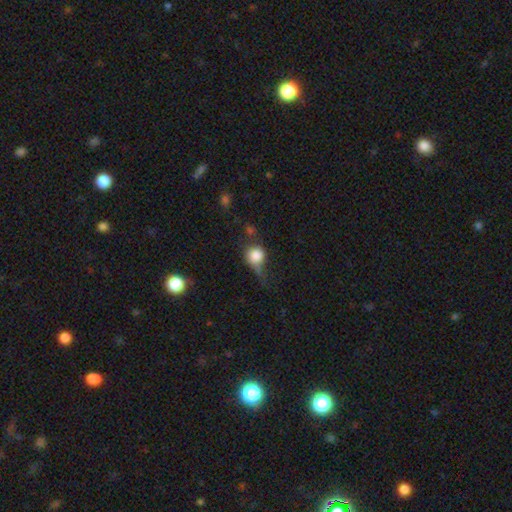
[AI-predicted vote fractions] Smooth or featured?
  - smooth: 75% *
  - featured or disk: 15%
  - star or artifact: 10%
How rounded?
  - round: 82% *
  - in between: 17%
  - cigar-shaped: 2%
Merging?
  - minor disturbance: 32% *
  - major disturbance: 31%
  - none: 30%
  - merger: 8%